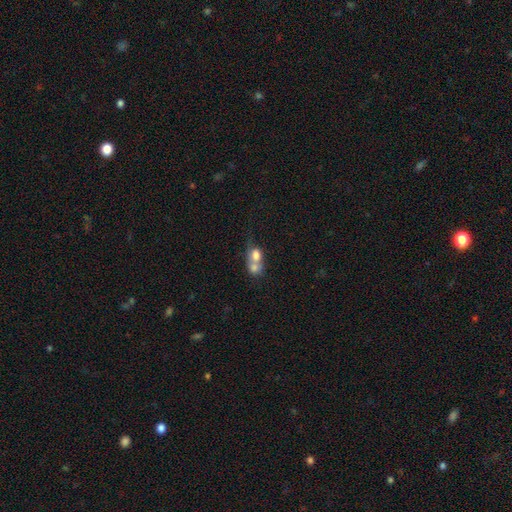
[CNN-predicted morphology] Overall: smooth (69%). How rounded: round (54%; in between 44%). Merging: merger (74%).